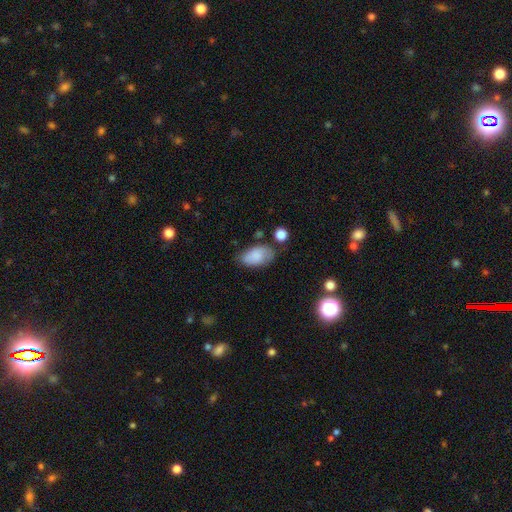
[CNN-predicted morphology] Smooth or featured?
  - smooth: 79% *
  - featured or disk: 13%
  - star or artifact: 8%
How rounded?
  - in between: 92% *
  - round: 6%
  - cigar-shaped: 2%
Merging?
  - none: 56% *
  - minor disturbance: 29%
  - major disturbance: 9%
  - merger: 6%